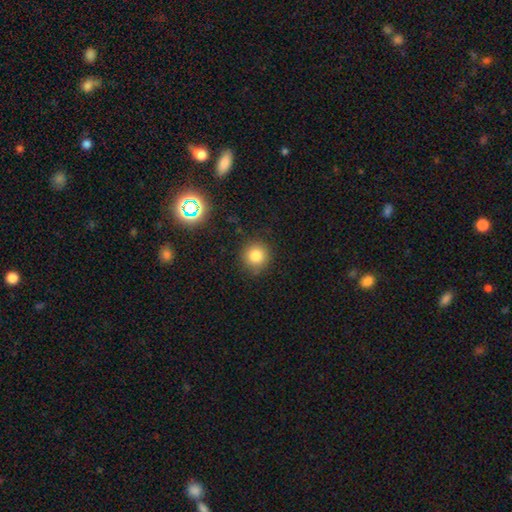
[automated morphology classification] type=smooth (80%); roundness=round (92%); merging=none (87%).